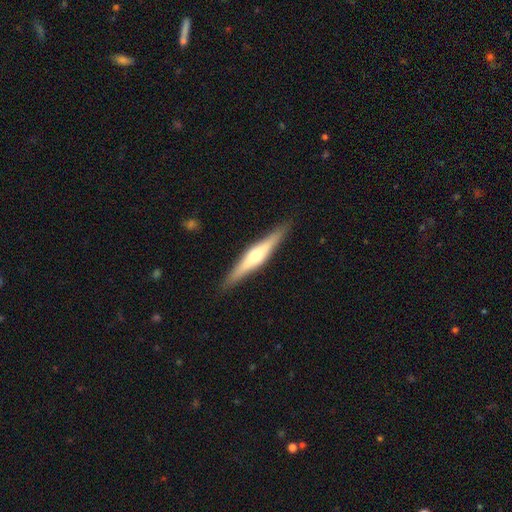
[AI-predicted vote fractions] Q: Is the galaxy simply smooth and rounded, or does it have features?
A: featured or disk — 66%.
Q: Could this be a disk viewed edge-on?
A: yes — 97%.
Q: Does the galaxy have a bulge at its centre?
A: rounded — 86%.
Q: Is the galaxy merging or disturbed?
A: none — 90%.